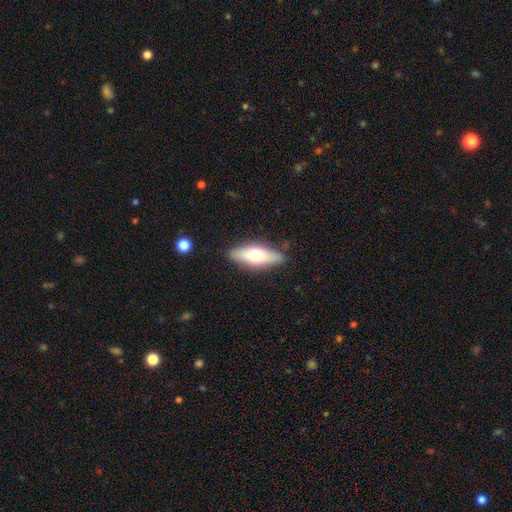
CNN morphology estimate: The model was most divided on "smooth or featured": smooth: 59%, featured or disk: 34%, star or artifact: 6%. More confident: merging — none (82%); how rounded — in between (62%).